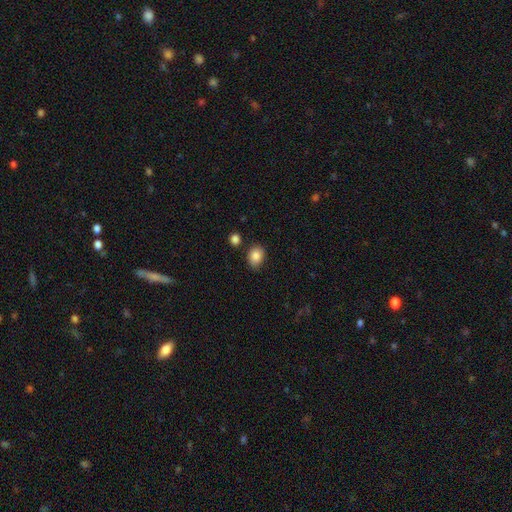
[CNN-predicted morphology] Smooth or featured? smooth (86%)
How rounded? in between (64%)
Merging? none (80%)